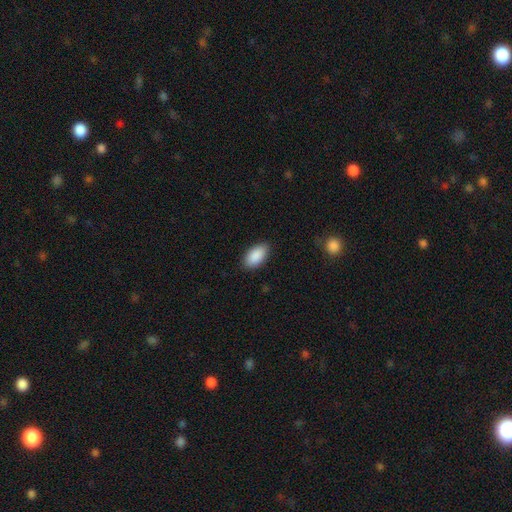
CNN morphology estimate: Smooth or featured: smooth — 90% (star or artifact — 6%)
How rounded: in between — 95% (round — 3%)
Merging: none — 87% (minor disturbance — 10%)